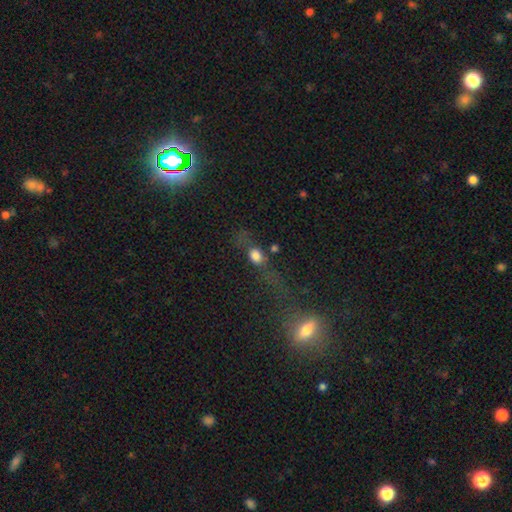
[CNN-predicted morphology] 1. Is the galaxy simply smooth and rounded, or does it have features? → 66% smooth, 18% featured or disk, 15% star or artifact.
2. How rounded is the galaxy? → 53% in between, 34% round, 13% cigar-shaped.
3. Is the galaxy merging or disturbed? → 45% none, 23% major disturbance, 18% minor disturbance, 14% merger.